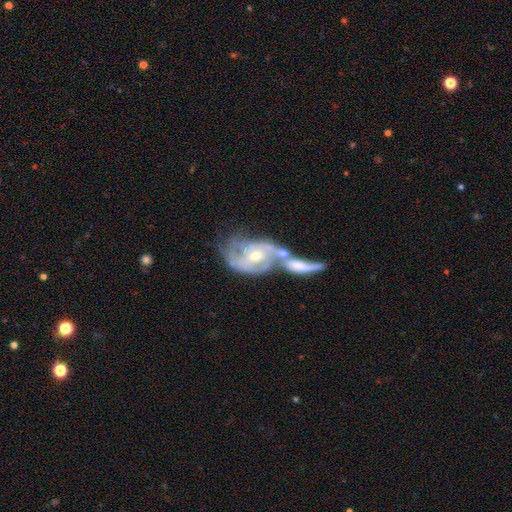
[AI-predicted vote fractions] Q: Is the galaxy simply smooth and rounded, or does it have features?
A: featured or disk — 83%.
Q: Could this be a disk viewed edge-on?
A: no — 95%.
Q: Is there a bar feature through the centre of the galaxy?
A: no — 60%.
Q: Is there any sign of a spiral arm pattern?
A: yes — 89%.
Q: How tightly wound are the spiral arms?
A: medium — 42%.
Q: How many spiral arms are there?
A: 2 — 58%.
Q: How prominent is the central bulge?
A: moderate — 51%.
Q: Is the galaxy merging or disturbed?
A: merger — 63%.